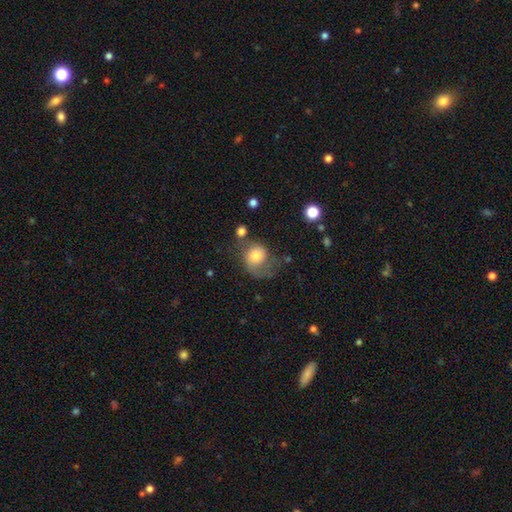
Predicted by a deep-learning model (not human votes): Smooth or featured: smooth — 60% (featured or disk — 32%)
How rounded: round — 66% (in between — 33%)
Merging: none — 33% (tied with major disturbance — 33%)